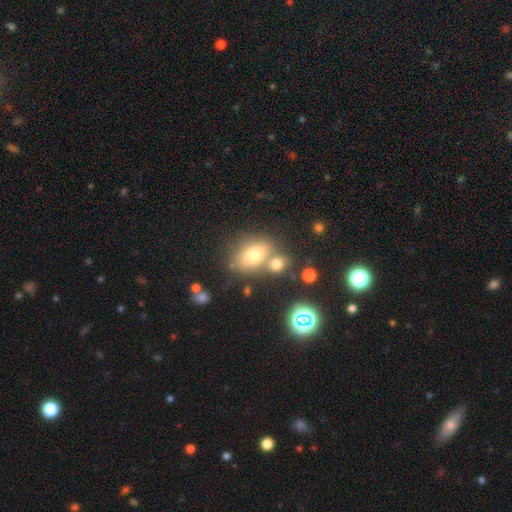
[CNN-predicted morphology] This is likely a smooth galaxy (61%). How rounded: likely in between (70%). Merging: possibly none (57%).